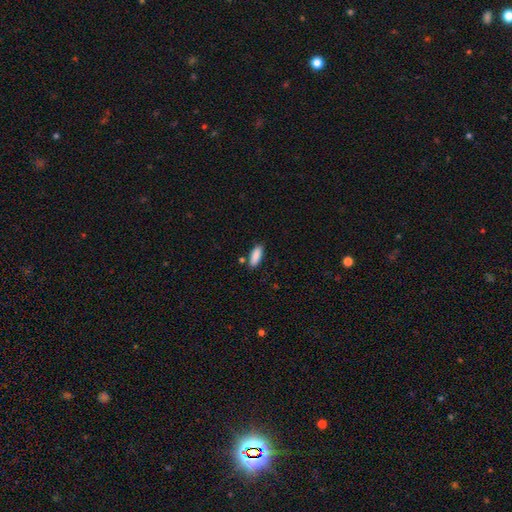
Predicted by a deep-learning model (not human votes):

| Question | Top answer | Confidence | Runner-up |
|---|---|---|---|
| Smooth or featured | smooth | 89% | star or artifact (6%) |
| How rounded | in between | 71% | cigar-shaped (27%) |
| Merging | none | 81% | minor disturbance (12%) |